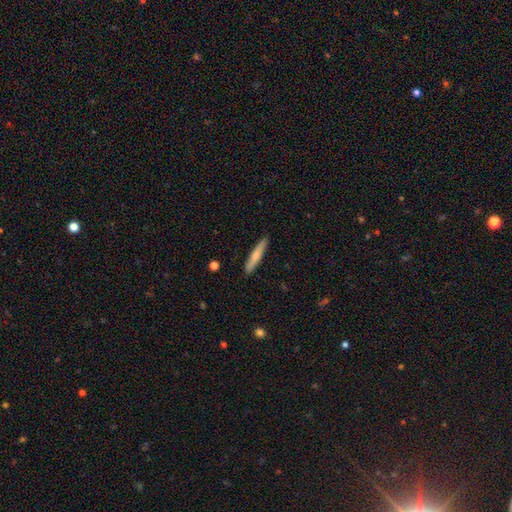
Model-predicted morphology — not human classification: Smooth or featured? Predicted: smooth (p=0.70). How rounded? Predicted: cigar-shaped (p=0.92). Merging? Predicted: none (p=0.89).